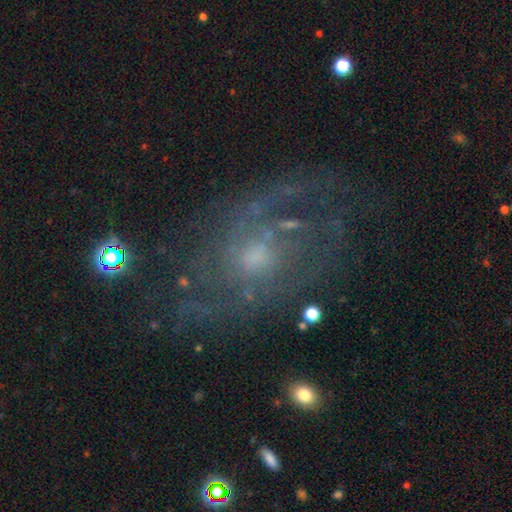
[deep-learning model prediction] featured or disk 76%, smooth 12%, star or artifact 12%. Down the decision tree: edge-on disk — no (96%); bar — no (68%); spiral arms — yes (82%); spiral arm count — can't tell (41%); spiral winding — medium (41%); bulge size — moderate (38%, tied with small); merging — none (59%).